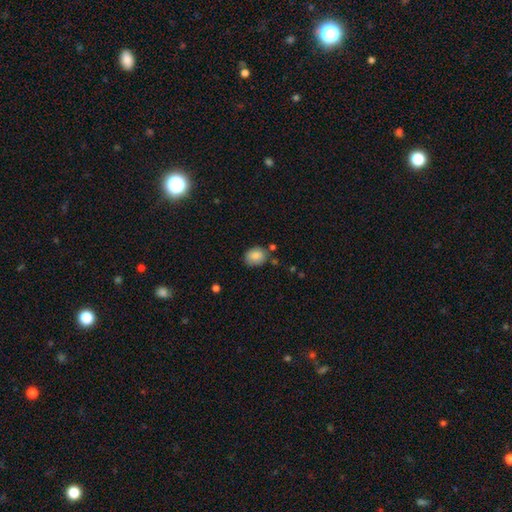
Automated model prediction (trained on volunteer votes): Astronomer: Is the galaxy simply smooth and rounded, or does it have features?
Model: smooth — 86%.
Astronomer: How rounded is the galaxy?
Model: in between — 57% (runner-up: round, 42%).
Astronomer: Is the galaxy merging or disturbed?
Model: none — 70%.